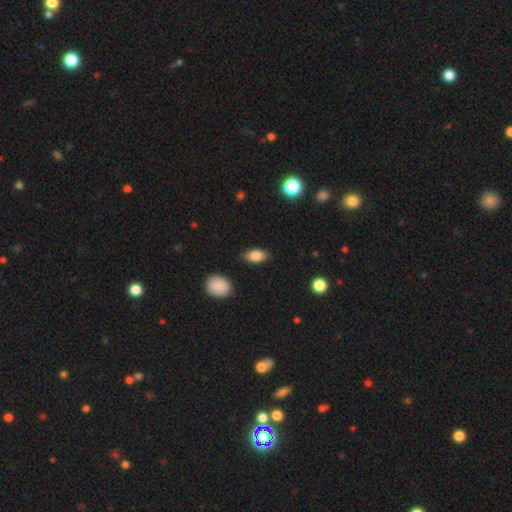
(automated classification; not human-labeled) The model was most divided on "smooth or featured": smooth: 85%, star or artifact: 8%, featured or disk: 7%. More confident: how rounded — in between (90%); merging — none (87%).